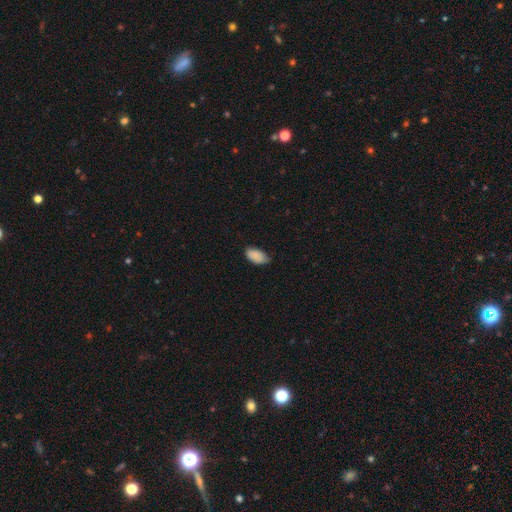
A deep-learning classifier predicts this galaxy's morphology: type=smooth (87%); roundness=in between (94%); merging=none (61%).